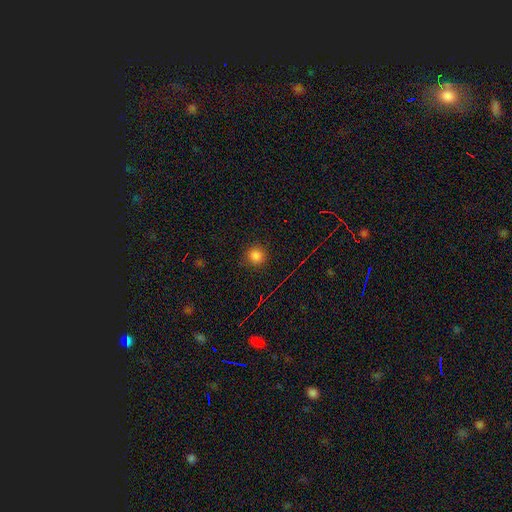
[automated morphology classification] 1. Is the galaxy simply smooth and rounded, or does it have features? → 79% smooth, 16% star or artifact, 5% featured or disk.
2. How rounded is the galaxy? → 91% round, 8% in between, 1% cigar-shaped.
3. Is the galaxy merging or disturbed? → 87% none, 9% minor disturbance, 3% major disturbance, 1% merger.